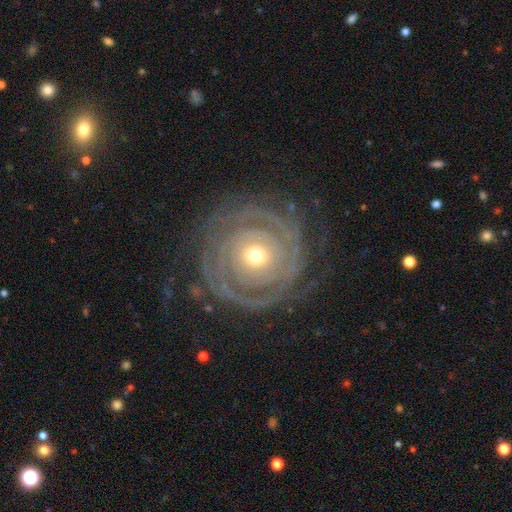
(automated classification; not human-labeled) This is clearly a featured or disk galaxy (86%). It is clearly not viewed edge-on (97%). Bar: likely no (78%). Spiral arm pattern: clearly yes (92%). Spiral arm count: marginally can't tell (29%). Spiral winding: clearly tight (83%). Central bulge: possibly moderate (49%). Merging: likely none (77%).